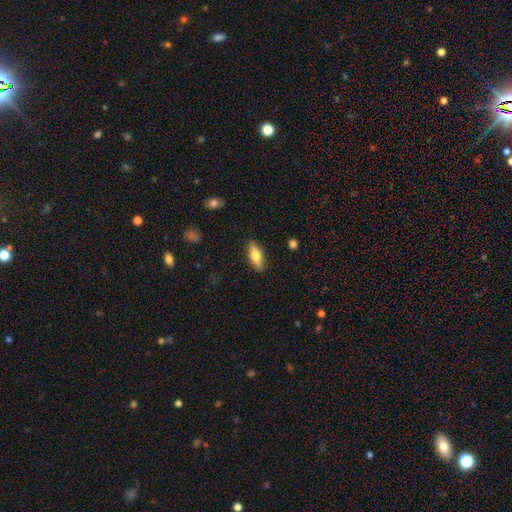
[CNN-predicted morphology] Smooth or featured? smooth (67%)
How rounded? in between (59%)
Merging? none (88%)